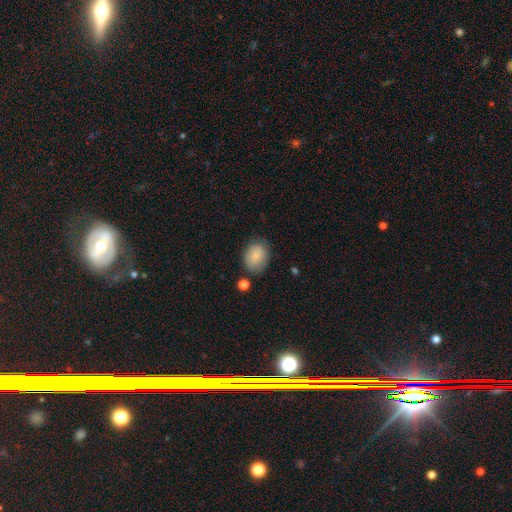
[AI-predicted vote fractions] Q: Smooth or featured?
A: smooth (86%); runner-up: star or artifact (7%)
Q: How rounded?
A: in between (60%); runner-up: round (39%)
Q: Merging?
A: none (75%); runner-up: minor disturbance (17%)